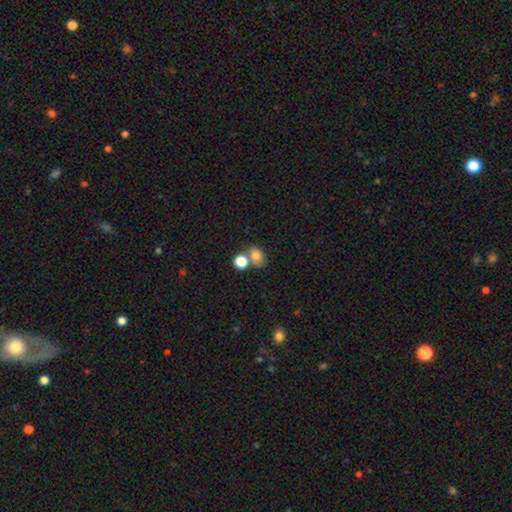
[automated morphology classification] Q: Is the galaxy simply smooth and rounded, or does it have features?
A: smooth — 80%.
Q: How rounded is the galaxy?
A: in between — 59%.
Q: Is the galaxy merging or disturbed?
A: none — 52%.